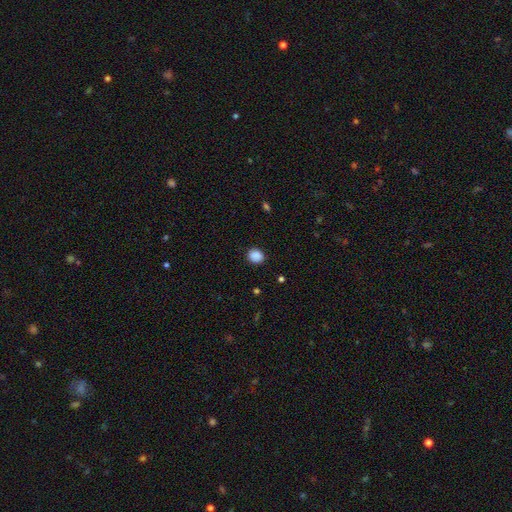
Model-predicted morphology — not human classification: This is clearly a smooth galaxy (88%). How rounded: likely round (69%). Merging: clearly none (86%).